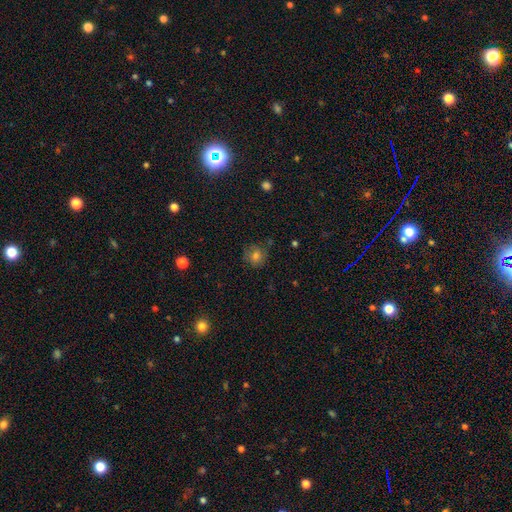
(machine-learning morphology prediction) The model was most divided on "merging": none: 76%, minor disturbance: 17%, major disturbance: 5%, merger: 2%. More confident: how rounded — round (88%); smooth or featured — smooth (75%).